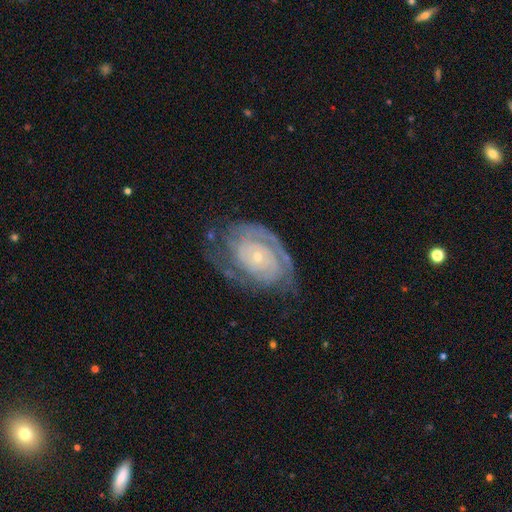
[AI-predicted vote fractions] A featured or disk galaxy (85%) with no bar (73%), 2 (47%) tight (72%) spiral arms (95%) and a small central bulge (80%). Merging: none (69%).